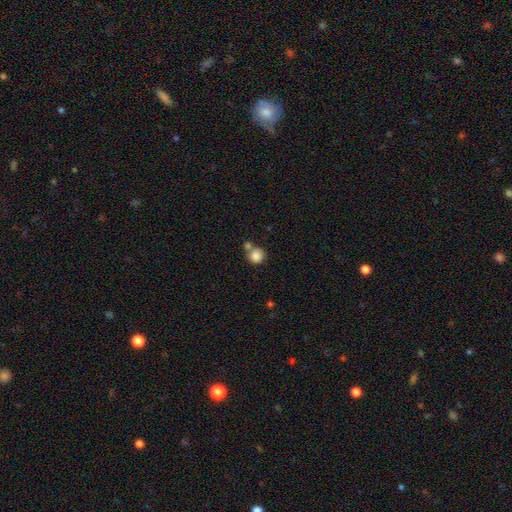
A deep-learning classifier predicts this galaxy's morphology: A smooth galaxy with no disk features (85%) that is round (91%). Merging: none (52%).